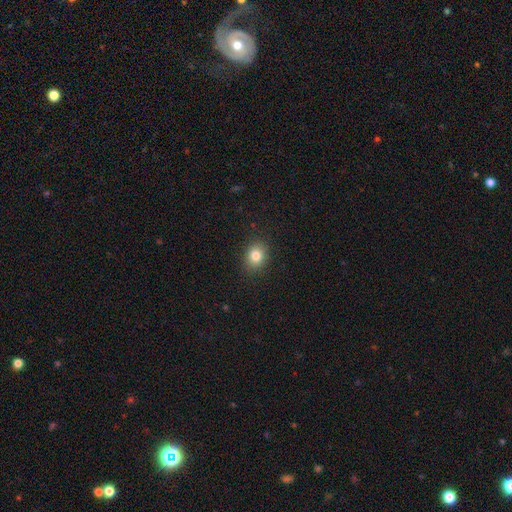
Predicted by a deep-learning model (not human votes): smooth_or_featured: smooth (p=0.81) [alt: star or artifact p=0.11]
how_rounded: round (p=0.59) [alt: in between p=0.40]
merging: none (p=0.89) [alt: minor disturbance p=0.08]